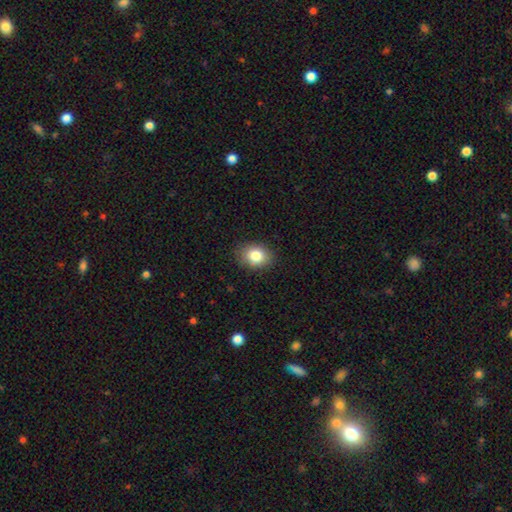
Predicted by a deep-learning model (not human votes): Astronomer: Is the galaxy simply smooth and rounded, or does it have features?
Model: smooth — 83%.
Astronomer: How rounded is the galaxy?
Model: in between — 54% (runner-up: round, 45%).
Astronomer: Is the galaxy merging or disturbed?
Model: none — 87%.